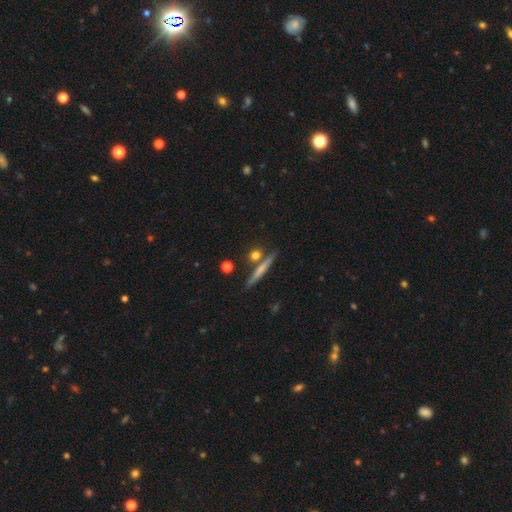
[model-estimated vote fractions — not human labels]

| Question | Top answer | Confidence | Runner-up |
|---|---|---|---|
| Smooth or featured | smooth | 70% | featured or disk (21%) |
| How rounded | round | 49% | cigar-shaped (37%) |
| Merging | none | 73% | merger (14%) |